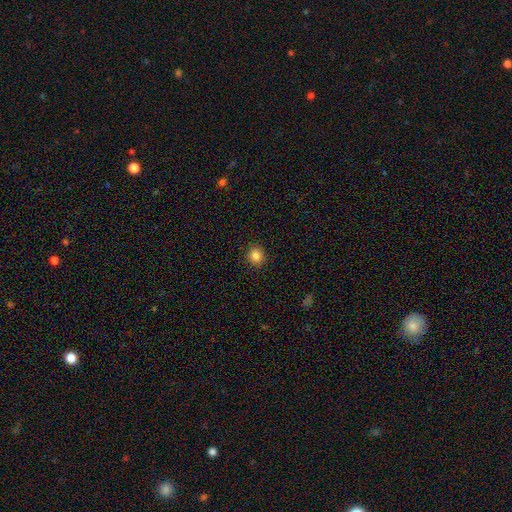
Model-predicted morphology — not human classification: smooth_or_featured: smooth (p=0.85) [alt: star or artifact p=0.11]
how_rounded: round (p=0.79) [alt: in between p=0.20]
merging: none (p=0.90) [alt: minor disturbance p=0.07]